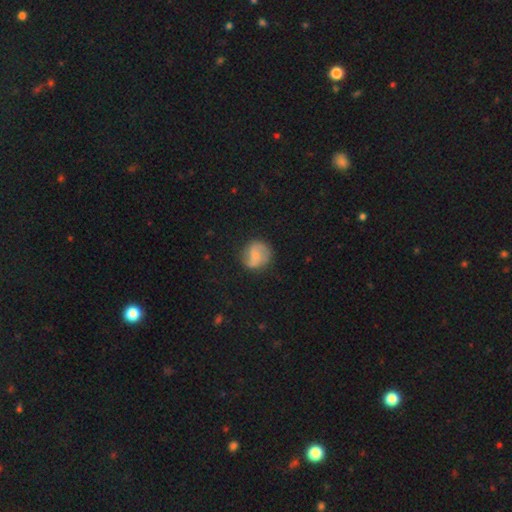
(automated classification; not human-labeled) Smooth or featured? Predicted: smooth (p=0.55). How rounded? Predicted: round (p=0.85). Merging? Predicted: none (p=0.70).